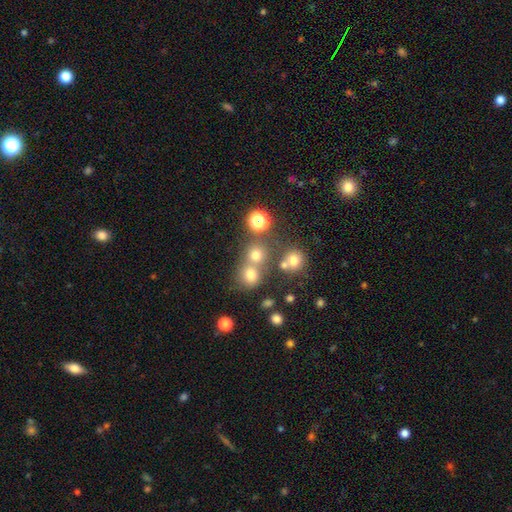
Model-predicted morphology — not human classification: Overall: smooth (69%). How rounded: round (86%). Merging: none (56%; merger 33%).